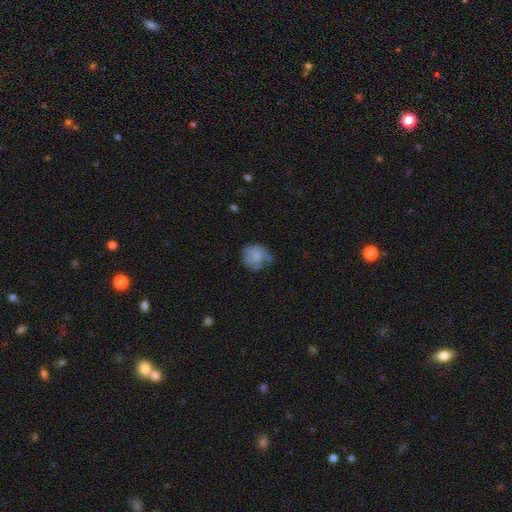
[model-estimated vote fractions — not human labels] The model was most divided on "merging": none: 51%, minor disturbance: 28%, major disturbance: 18%, merger: 3%. More confident: how rounded — round (76%); smooth or featured — smooth (57%).